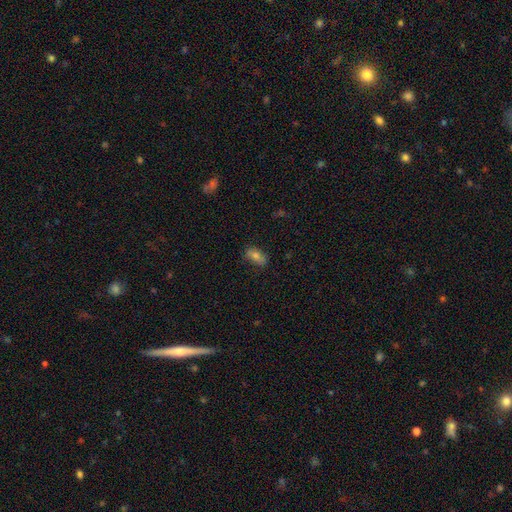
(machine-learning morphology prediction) Smooth or featured? smooth (70%)
How rounded? in between (83%)
Merging? none (78%)